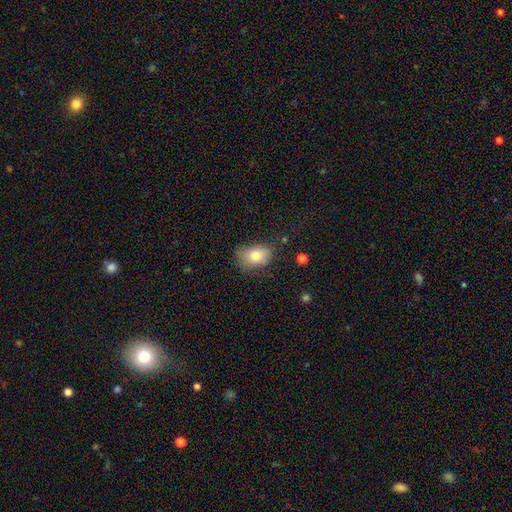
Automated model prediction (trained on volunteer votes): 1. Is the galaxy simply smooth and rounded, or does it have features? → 76% smooth, 14% featured or disk, 9% star or artifact.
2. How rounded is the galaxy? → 76% in between, 23% round, 1% cigar-shaped.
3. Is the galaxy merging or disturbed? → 60% none, 29% minor disturbance, 9% major disturbance, 2% merger.